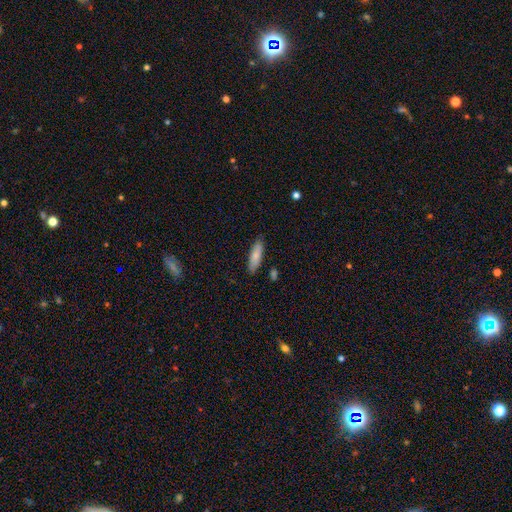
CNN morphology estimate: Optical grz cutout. It shows a smooth galaxy with no disk features (80%) that is cigar-shaped (55%). Merging: none (84%).